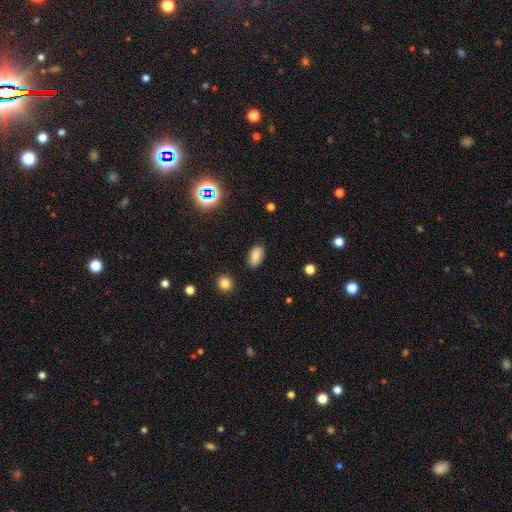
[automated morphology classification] smooth 79%, star or artifact 11%, featured or disk 10%. Down the decision tree: how rounded — in between (91%); merging — none (87%).